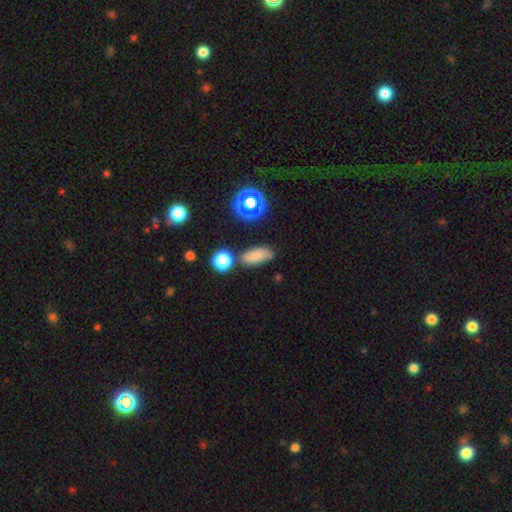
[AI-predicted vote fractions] This appears to be a smooth galaxy with no disk features (73%) that is in between round and cigar-shaped (76%). Merging: none (70%).